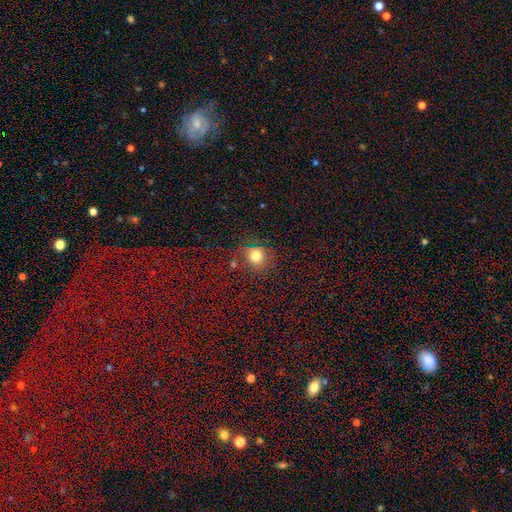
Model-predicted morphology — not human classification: type=smooth (77%); roundness=round (85%); merging=none (74%).